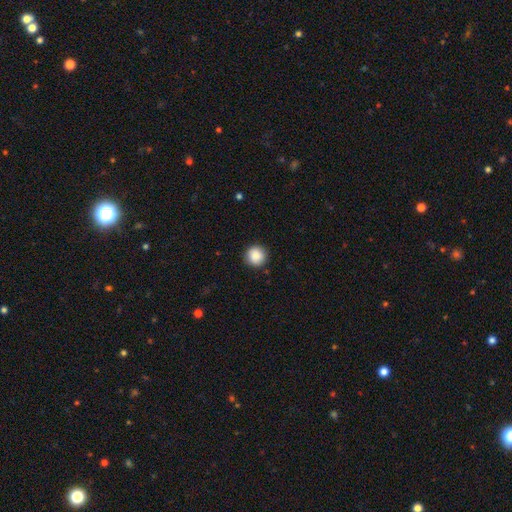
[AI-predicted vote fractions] Smooth or featured?
  - smooth: 87% *
  - star or artifact: 8%
  - featured or disk: 5%
How rounded?
  - round: 95% *
  - in between: 4%
  - cigar-shaped: 1%
Merging?
  - none: 91% *
  - minor disturbance: 7%
  - major disturbance: 2%
  - merger: 1%